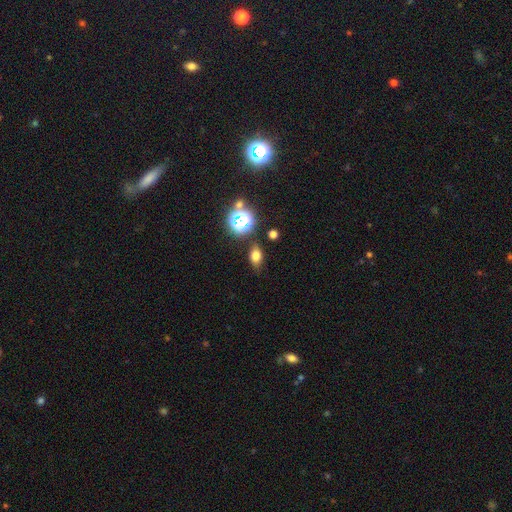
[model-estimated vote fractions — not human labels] Smooth or featured? smooth (67%)
How rounded? in between (74%)
Merging? none (80%)